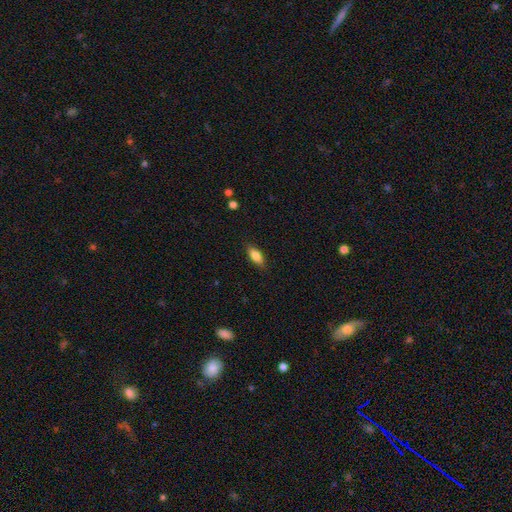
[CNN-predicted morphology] This appears to be a smooth galaxy with no disk features (80%) that is in between round and cigar-shaped (79%). Merging: none (85%).